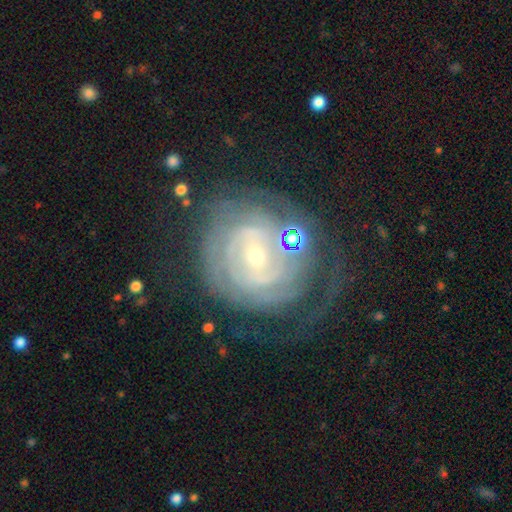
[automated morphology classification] A featured or disk galaxy (86%) with no bar (52%), tight (77%) spiral arms (94%) and a small central bulge (79%). Merging: none (62%).